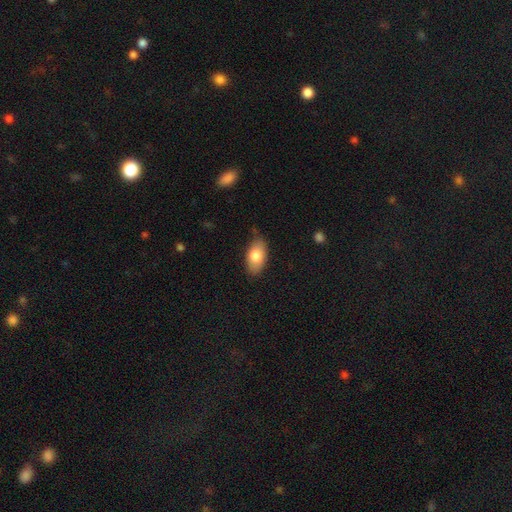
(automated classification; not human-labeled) A smooth galaxy with no disk features (80%) that is in between round and cigar-shaped (93%). Merging: none (78%).